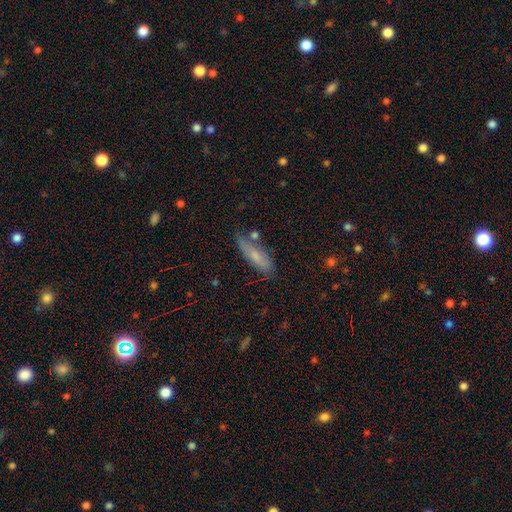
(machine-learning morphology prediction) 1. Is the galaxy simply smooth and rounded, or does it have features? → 66% smooth, 26% featured or disk, 8% star or artifact.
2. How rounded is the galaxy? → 56% cigar-shaped, 42% in between, 2% round.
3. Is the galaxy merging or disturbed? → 67% none, 22% minor disturbance, 6% merger, 5% major disturbance.